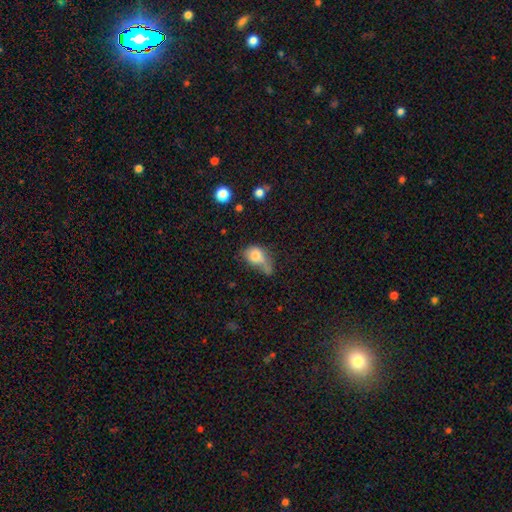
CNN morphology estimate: smooth-or-featured: smooth: 74% | featured or disk: 16% | star or artifact: 9%
  how-rounded: in between: 65% | round: 32% | cigar-shaped: 3%
  merging: major disturbance: 29% | merger: 26% | minor disturbance: 23% | none: 22%